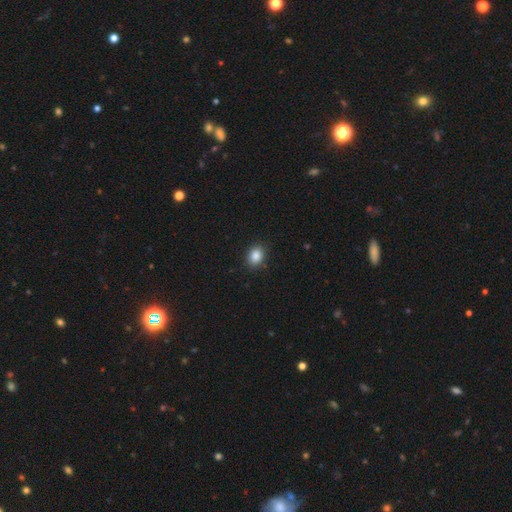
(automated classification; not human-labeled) smooth_or_featured: smooth (p=0.87) [alt: star or artifact p=0.09]
how_rounded: in between (p=0.62) [alt: round p=0.37]
merging: none (p=0.88) [alt: minor disturbance p=0.09]